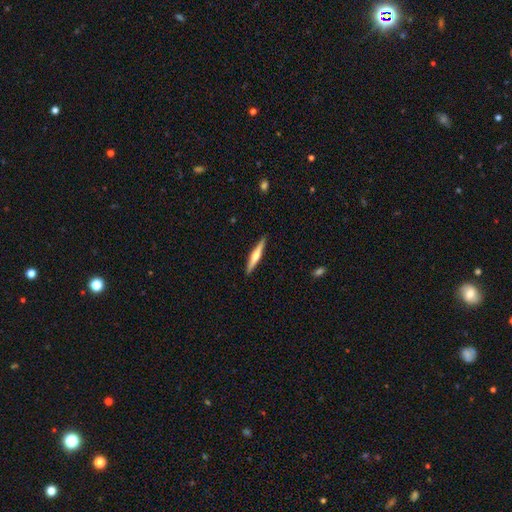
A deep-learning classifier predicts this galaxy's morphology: Q: Smooth or featured?
A: featured or disk (56%); runner-up: smooth (39%)
Q: Edge-on disk?
A: yes (97%); runner-up: no (3%)
Q: Edge-on bulge?
A: rounded (83%); runner-up: none (9%)
Q: Merging?
A: none (91%); runner-up: minor disturbance (6%)